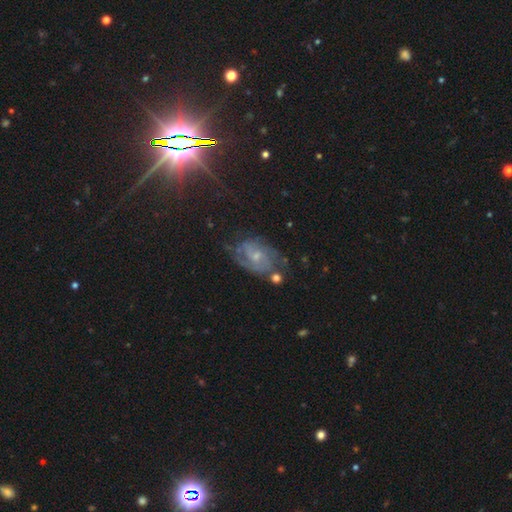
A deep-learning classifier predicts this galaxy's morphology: This is likely a featured or disk galaxy (73%). It is clearly not viewed edge-on (97%). Bar: possibly no (53%). Spiral arm pattern: clearly yes (89%). Spiral arm count: marginally 2 (45%). Spiral winding: marginally medium (43%). Central bulge: likely small (64%). Merging: possibly none (59%).